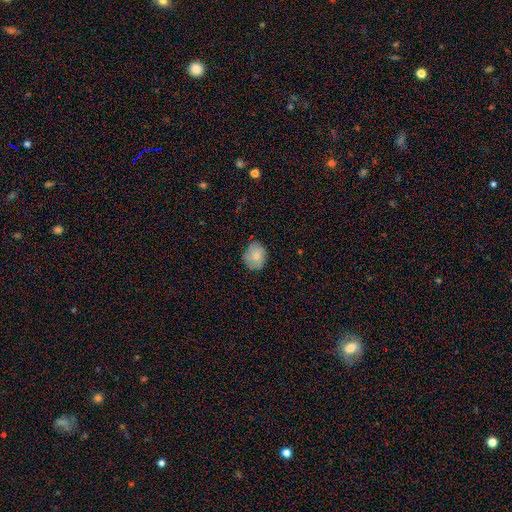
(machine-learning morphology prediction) Smooth or featured? Predicted: smooth (p=0.76). How rounded? Predicted: round (p=0.50). Merging? Predicted: none (p=0.72).